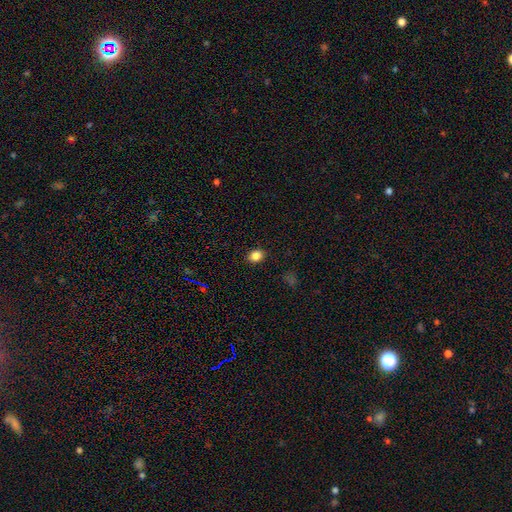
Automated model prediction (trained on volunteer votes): A smooth galaxy with no disk features (84%) that is in between round and cigar-shaped (50%).

Vote fractions:
- Smooth or featured? smooth: 84% / star or artifact: 11% / featured or disk: 5%
- How rounded? in between: 50% / round: 49% / cigar-shaped: 1%
- Merging? none: 89% / minor disturbance: 8% / major disturbance: 2% / merger: 1%